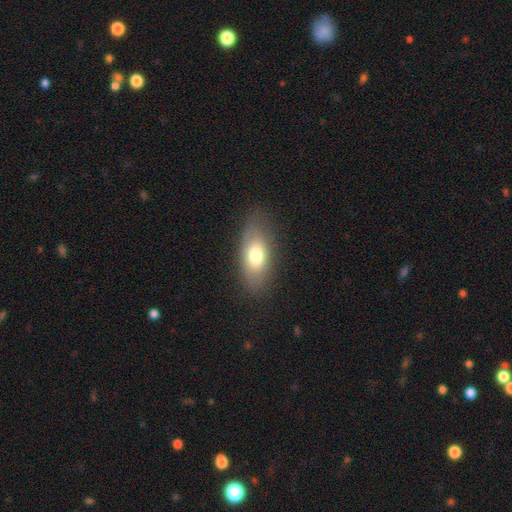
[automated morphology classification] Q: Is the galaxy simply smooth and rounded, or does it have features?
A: smooth — 72%.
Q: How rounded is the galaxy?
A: in between — 86%.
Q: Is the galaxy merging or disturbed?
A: none — 76%.